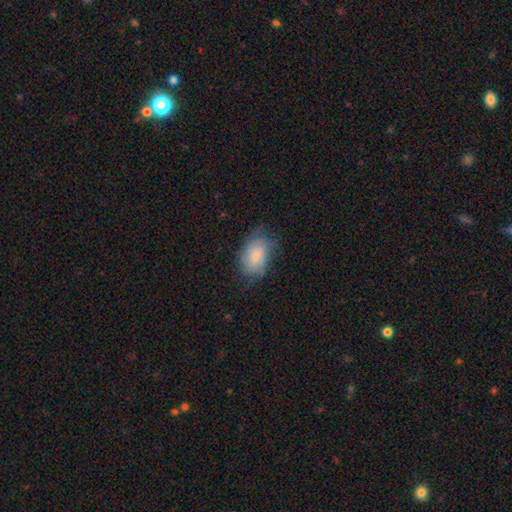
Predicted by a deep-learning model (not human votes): Smooth or featured? smooth (60%)
How rounded? in between (88%)
Merging? none (52%)